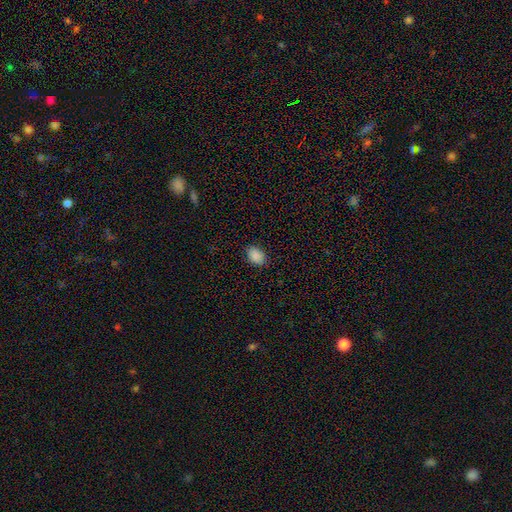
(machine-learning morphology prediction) This appears to be a smooth galaxy with no disk features (88%) that is in between round and cigar-shaped (74%). Merging: none (86%).